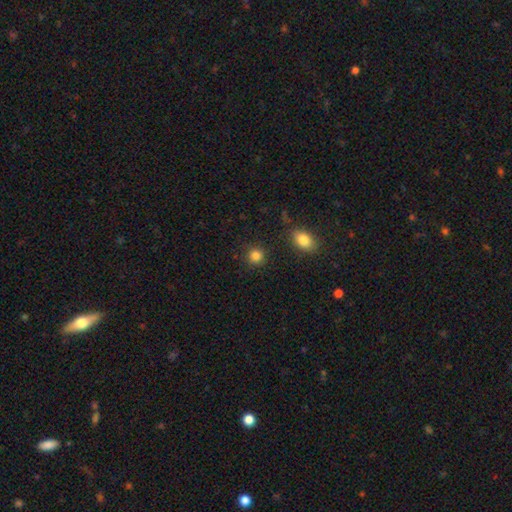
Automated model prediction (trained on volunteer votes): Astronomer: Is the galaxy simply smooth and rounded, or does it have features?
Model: smooth — 85%.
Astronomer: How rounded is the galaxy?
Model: round — 90%.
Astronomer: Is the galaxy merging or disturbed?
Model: none — 88%.